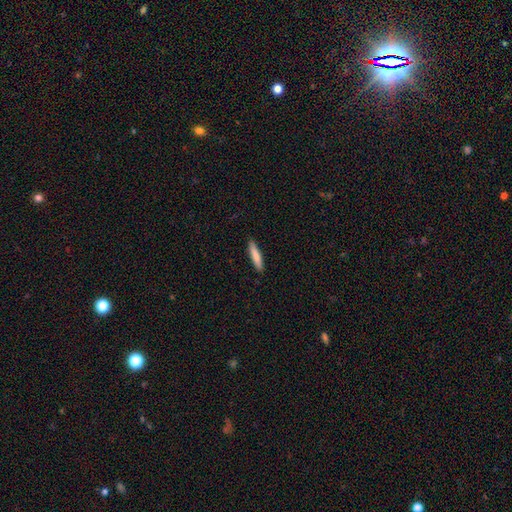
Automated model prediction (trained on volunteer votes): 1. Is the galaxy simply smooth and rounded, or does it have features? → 83% smooth, 11% featured or disk, 6% star or artifact.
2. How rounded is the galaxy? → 88% cigar-shaped, 10% in between, 1% round.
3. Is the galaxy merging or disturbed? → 90% none, 7% minor disturbance, 2% major disturbance, 1% merger.